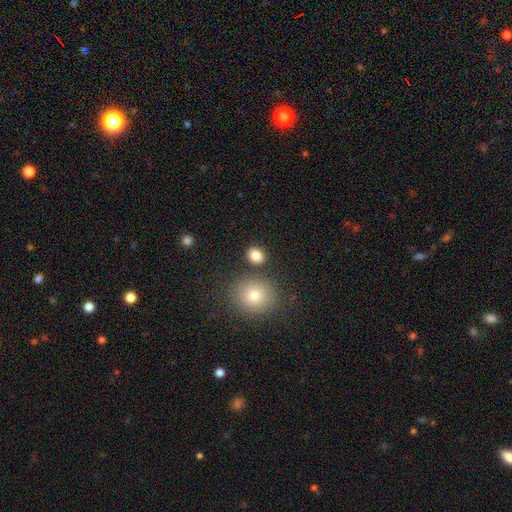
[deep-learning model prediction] This appears to be a smooth galaxy with no disk features (83%) that is round (56%). Merging: none (81%).